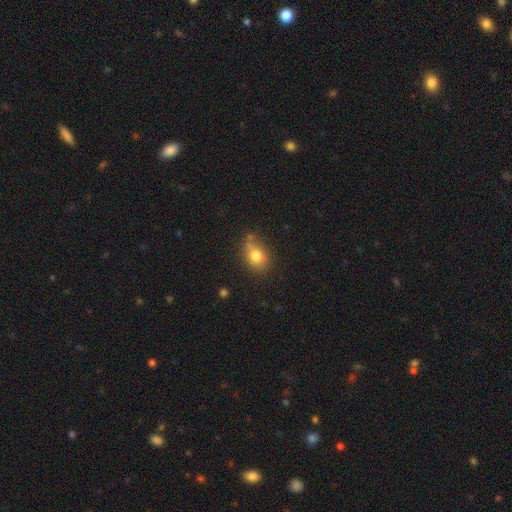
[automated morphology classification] Overall: smooth (77%). How rounded: in between (61%; round 37%). Merging: none (57%; minor disturbance 25%).